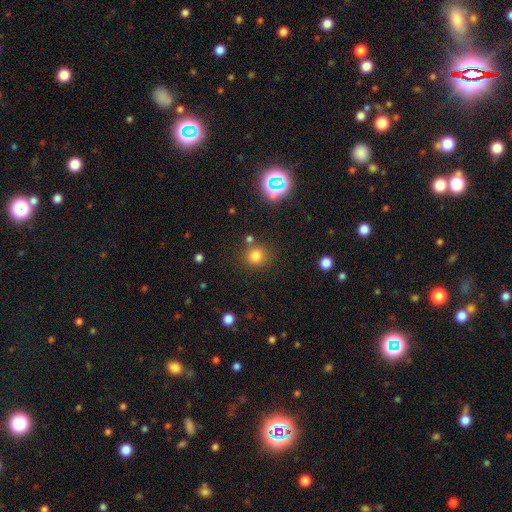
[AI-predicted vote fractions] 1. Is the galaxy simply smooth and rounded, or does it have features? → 77% smooth, 17% star or artifact, 6% featured or disk.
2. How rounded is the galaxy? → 88% round, 11% in between, 1% cigar-shaped.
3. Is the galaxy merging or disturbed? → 77% none, 10% merger, 10% minor disturbance, 4% major disturbance.